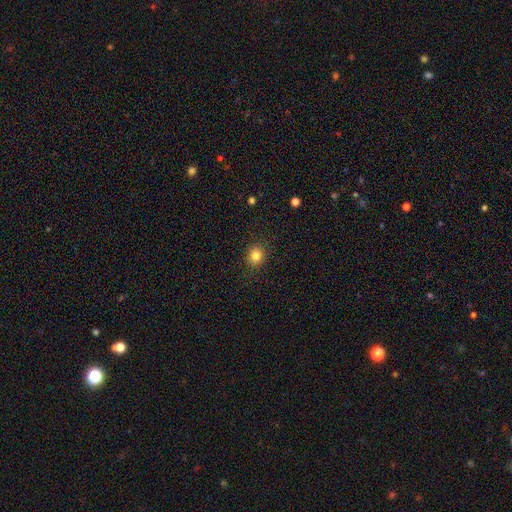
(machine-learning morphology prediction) Smooth or featured?
  - smooth: 82% *
  - star or artifact: 12%
  - featured or disk: 6%
How rounded?
  - round: 79% *
  - in between: 20%
  - cigar-shaped: 1%
Merging?
  - none: 89% *
  - minor disturbance: 8%
  - major disturbance: 2%
  - merger: 1%